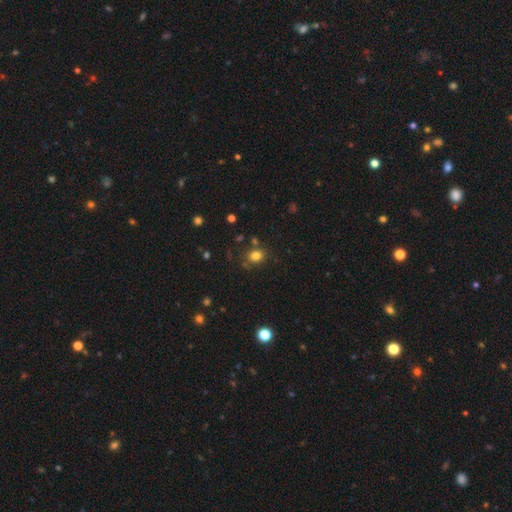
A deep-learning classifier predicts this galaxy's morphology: A smooth galaxy with no disk features (79%) that is round (51%).

Vote fractions:
- Smooth or featured? smooth: 79% / star or artifact: 14% / featured or disk: 7%
- How rounded? round: 51% / in between: 48% / cigar-shaped: 1%
- Merging? none: 75% / minor disturbance: 15% / merger: 5% / major disturbance: 5%